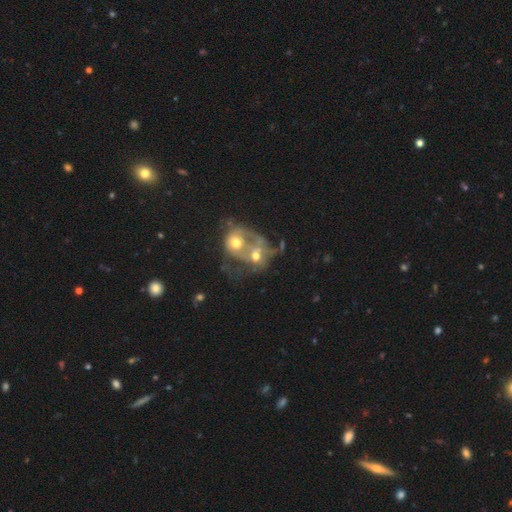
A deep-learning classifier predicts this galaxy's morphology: Smooth or featured: featured or disk — 54% (smooth — 35%)
Edge-on disk: no — 97% (yes — 3%)
Bar: no — 87% (weak — 11%)
Spiral arms: no — 73% (yes — 27%)
Bulge size: moderate — 64% (large — 14%)
Merging: merger — 77% (major disturbance — 11%)